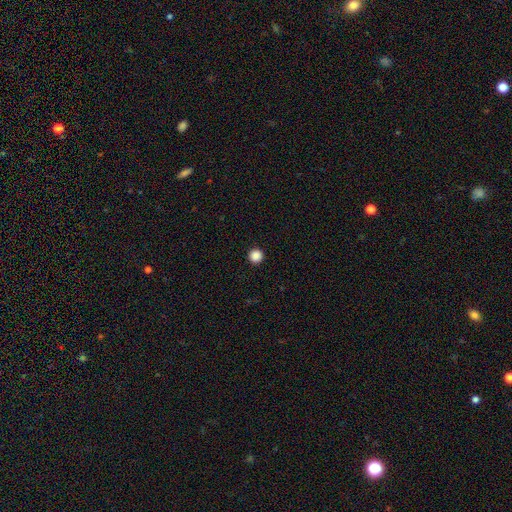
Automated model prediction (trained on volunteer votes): smooth 88%, star or artifact 10%, featured or disk 2%. Down the decision tree: how rounded — round (97%); merging — none (94%).